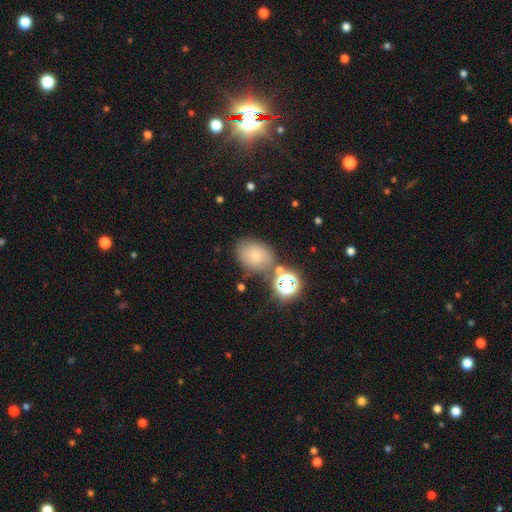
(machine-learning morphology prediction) This is likely a smooth galaxy (67%). How rounded: likely in between (64%). Merging: likely none (70%).